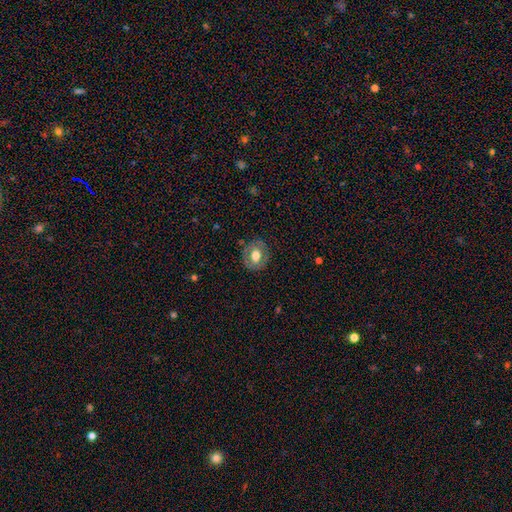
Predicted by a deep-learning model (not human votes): Smooth or featured: smooth — 56% (featured or disk — 36%)
How rounded: round — 66% (in between — 33%)
Merging: none — 81% (minor disturbance — 13%)